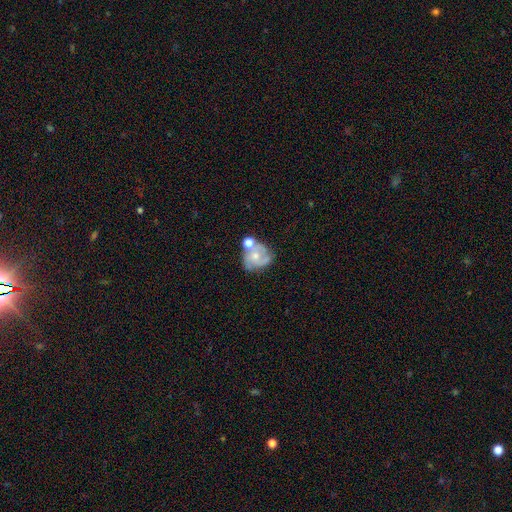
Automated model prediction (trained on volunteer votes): featured or disk 58%, smooth 34%, star or artifact 8%. Down the decision tree: edge-on disk — no (97%); bar — no (79%); spiral arms — yes (64%); bulge size — moderate (46%); merging — none (38%).